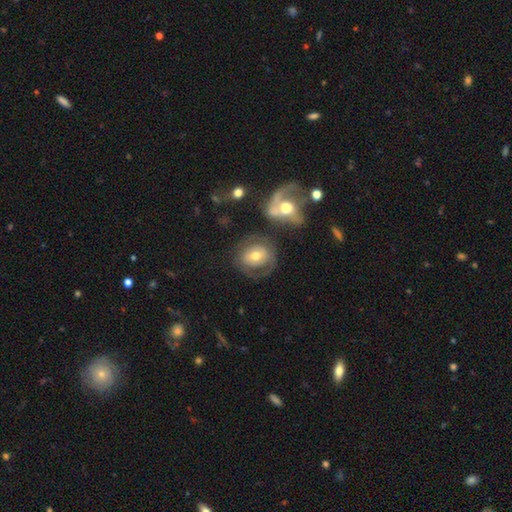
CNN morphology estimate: The model was most divided on "smooth or featured": featured or disk: 52%, smooth: 40%, star or artifact: 7%. More confident: edge-on disk — no (95%); merging — none (55%).